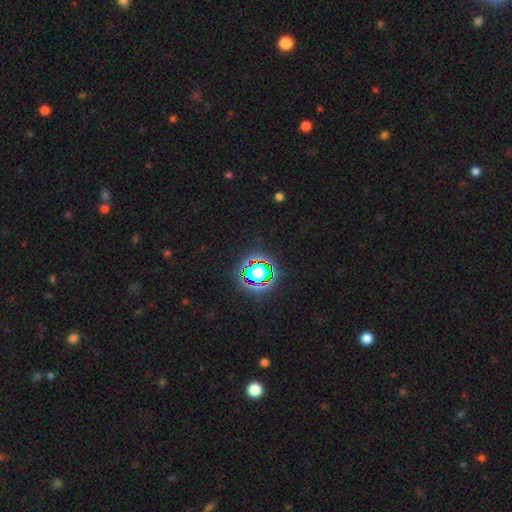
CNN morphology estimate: The model was most divided on "smooth or featured": star or artifact: 81%, smooth: 12%, featured or disk: 7%.